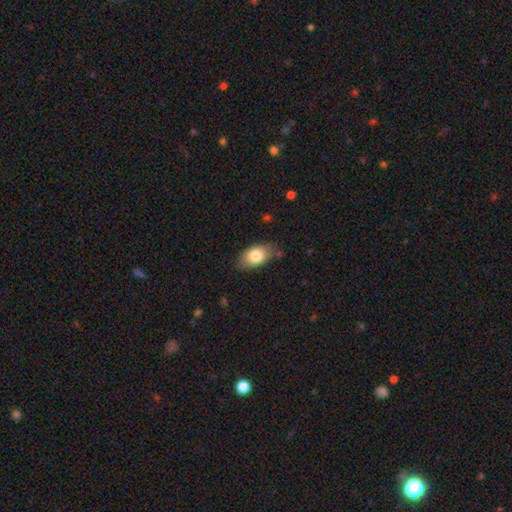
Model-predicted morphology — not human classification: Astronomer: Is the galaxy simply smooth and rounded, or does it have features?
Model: smooth — 81%.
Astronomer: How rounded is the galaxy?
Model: in between — 91%.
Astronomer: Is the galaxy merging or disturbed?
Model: none — 75%.